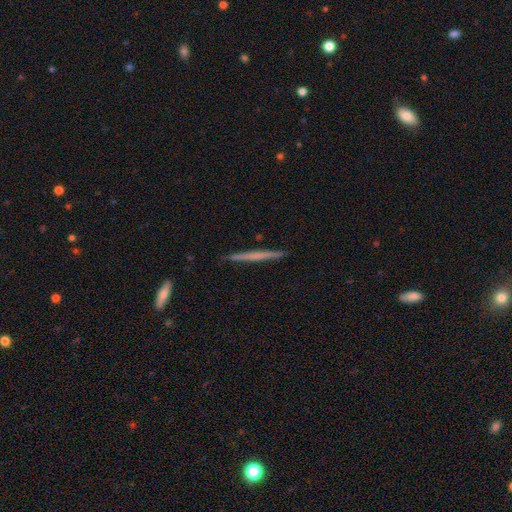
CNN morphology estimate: This appears to be a featured or disk galaxy (49%). Merging: none (92%).